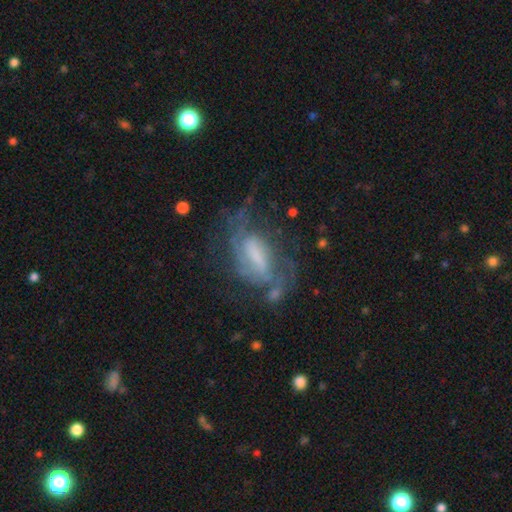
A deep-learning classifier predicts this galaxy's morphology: This appears to be a featured or disk galaxy (76%) with a weak bar (42%), medium (42%) spiral arms (87%) and a small central bulge (29%). Merging: none (49%).